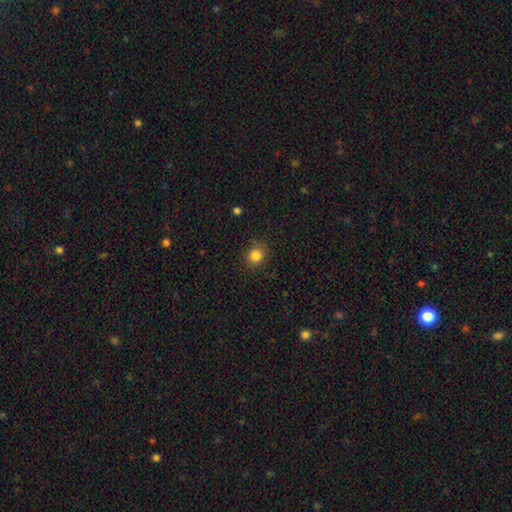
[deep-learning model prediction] Smooth or featured? smooth (84%)
How rounded? round (77%)
Merging? none (81%)